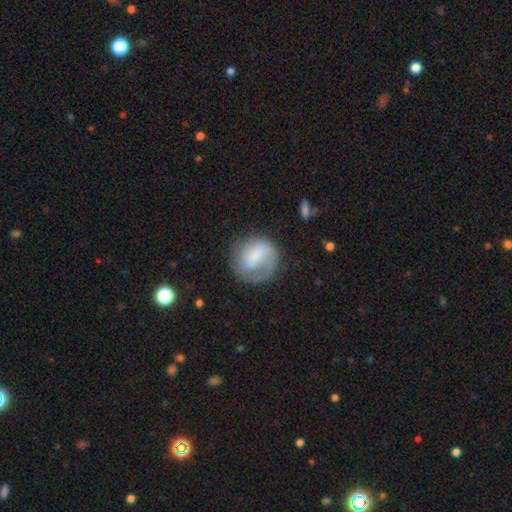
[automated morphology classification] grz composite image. It shows a smooth galaxy with no disk features (56%) that is round (82%). Merging: none (60%).